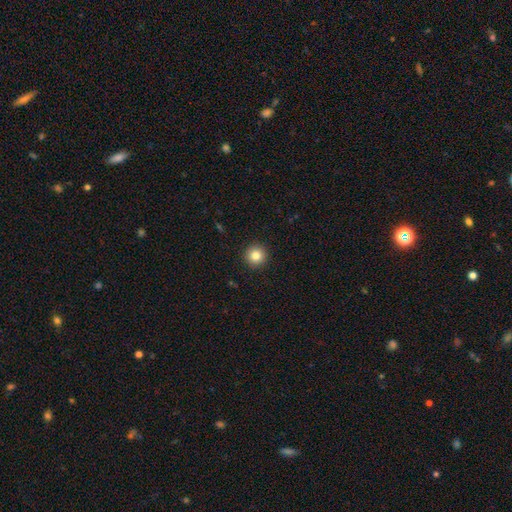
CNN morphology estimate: Smooth or featured? Predicted: smooth (p=0.83). How rounded? Predicted: round (p=0.96). Merging? Predicted: none (p=0.93).